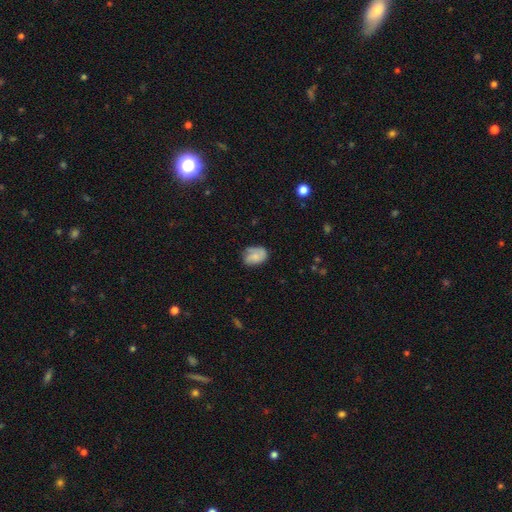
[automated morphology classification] Smooth or featured: smooth — 65% (featured or disk — 27%)
How rounded: in between — 77% (round — 22%)
Merging: none — 57% (minor disturbance — 31%)